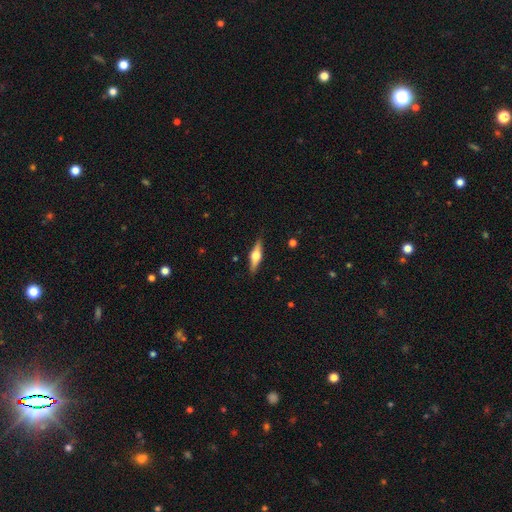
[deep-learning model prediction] Q: Smooth or featured?
A: featured or disk (65%); runner-up: smooth (29%)
Q: Edge-on disk?
A: yes (96%); runner-up: no (4%)
Q: Edge-on bulge?
A: rounded (94%); runner-up: boxy (4%)
Q: Merging?
A: none (89%); runner-up: minor disturbance (8%)